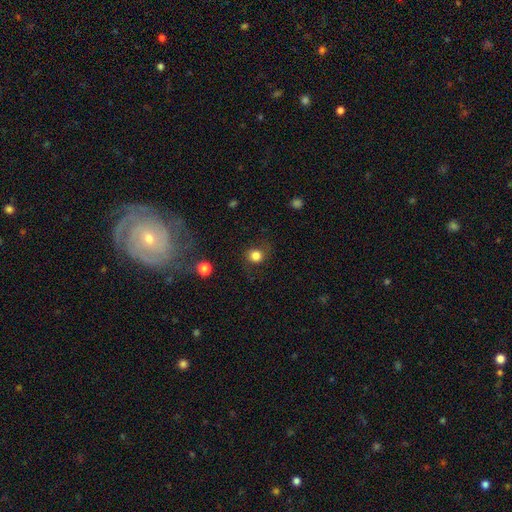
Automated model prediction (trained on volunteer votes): Overall: smooth (81%). How rounded: round (84%). Merging: none (73%).